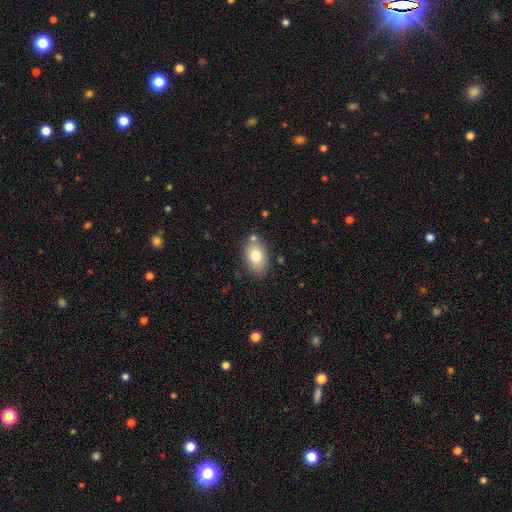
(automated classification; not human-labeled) A smooth galaxy with no disk features (80%) that is in between round and cigar-shaped (91%).

Vote fractions:
- Smooth or featured? smooth: 80% / featured or disk: 13% / star or artifact: 7%
- How rounded? in between: 91% / round: 8% / cigar-shaped: 1%
- Merging? none: 76% / minor disturbance: 14% / merger: 7% / major disturbance: 3%